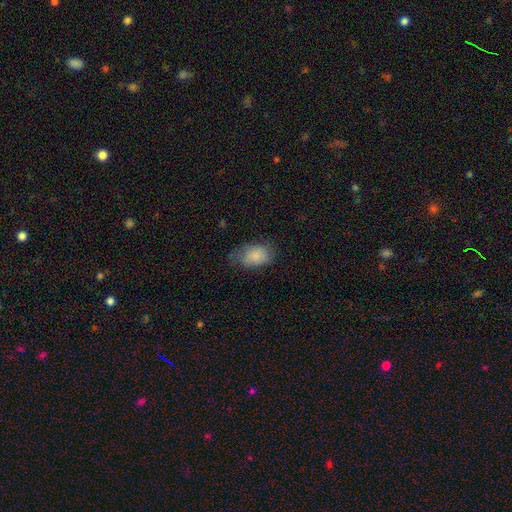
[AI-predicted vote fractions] smooth 82%, featured or disk 11%, star or artifact 7%. Down the decision tree: how rounded — in between (86%); merging — none (51%).